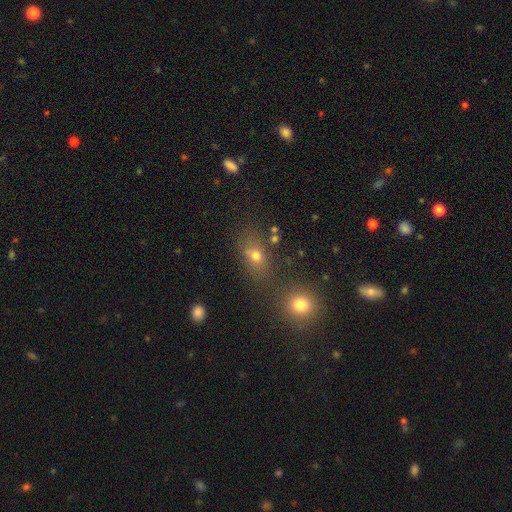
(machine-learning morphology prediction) A smooth galaxy with no disk features (68%) that is in between round and cigar-shaped (55%). Merging: none (62%).